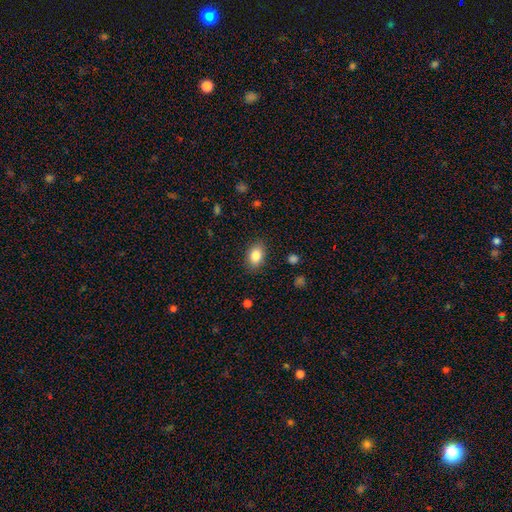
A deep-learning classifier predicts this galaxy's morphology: smooth 84%, star or artifact 8%, featured or disk 8%. Down the decision tree: how rounded — in between (81%); merging — none (86%).